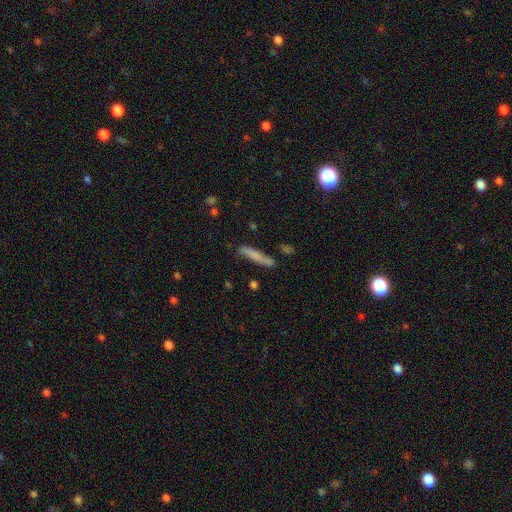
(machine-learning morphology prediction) Smooth or featured?
  - smooth: 64% *
  - featured or disk: 28%
  - star or artifact: 8%
How rounded?
  - cigar-shaped: 92% *
  - in between: 6%
  - round: 2%
Merging?
  - none: 75% *
  - minor disturbance: 15%
  - merger: 6%
  - major disturbance: 4%